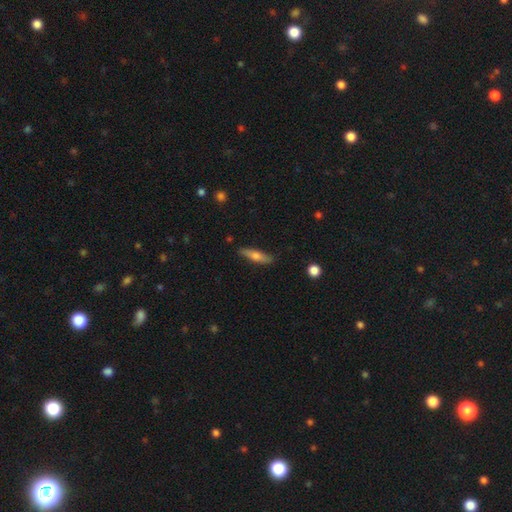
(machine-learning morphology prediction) A smooth galaxy with no disk features (61%) that is cigar-shaped (73%). Merging: none (83%).